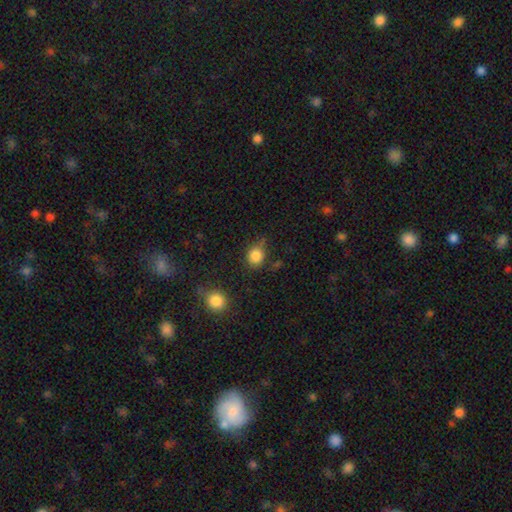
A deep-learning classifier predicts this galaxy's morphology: Smooth or featured? smooth (85%)
How rounded? round (73%)
Merging? none (63%)